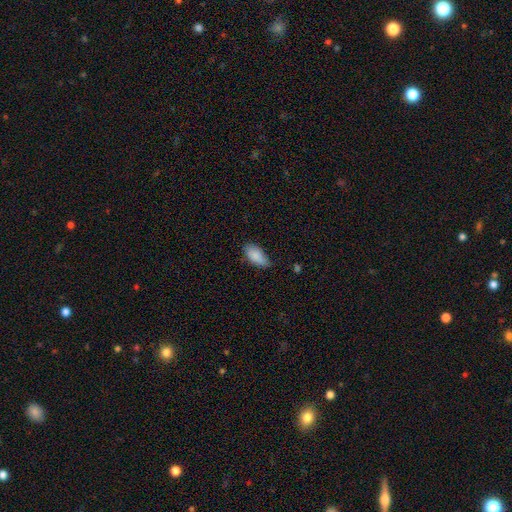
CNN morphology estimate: Smooth or featured? smooth (87%)
How rounded? in between (91%)
Merging? none (62%)